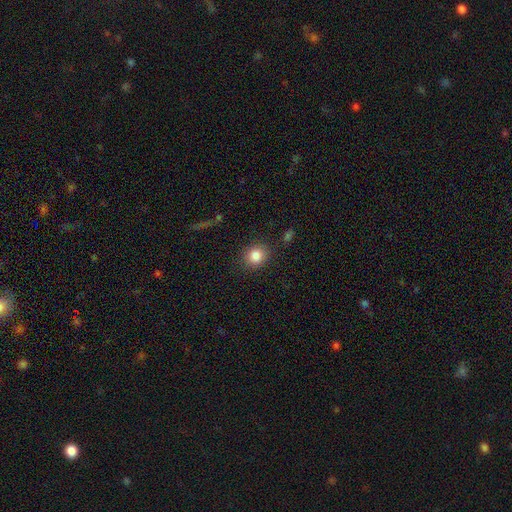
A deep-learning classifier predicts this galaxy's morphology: This is clearly a smooth galaxy (84%). How rounded: likely round (77%). Merging: clearly none (86%).